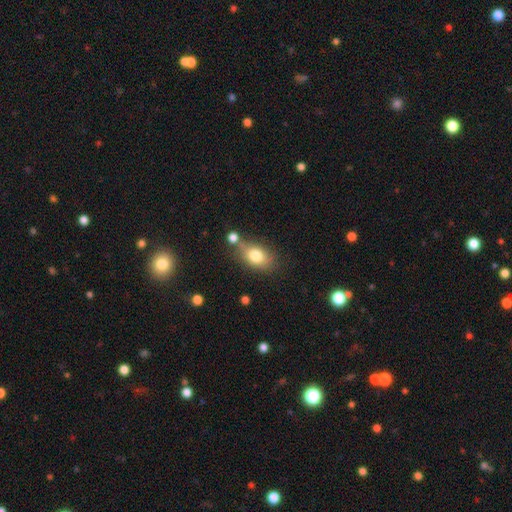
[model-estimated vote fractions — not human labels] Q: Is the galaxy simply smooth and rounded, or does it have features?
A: smooth — 79%.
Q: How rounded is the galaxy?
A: in between — 79%.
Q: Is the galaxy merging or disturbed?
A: none — 62%.